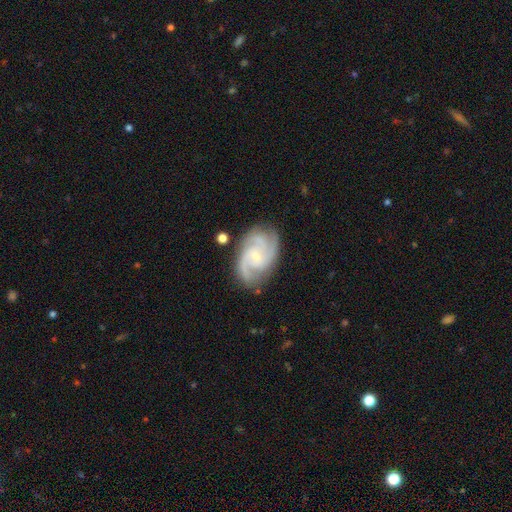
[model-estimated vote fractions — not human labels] The model was most divided on "spiral winding": medium: 49%, tight: 41%, loose: 10%. More confident: spiral arms — yes (98%); edge-on disk — no (98%); smooth or featured — featured or disk (89%); merging — none (77%); bulge size — small (76%); bar — no (58%); spiral arm count — 3 (50%).